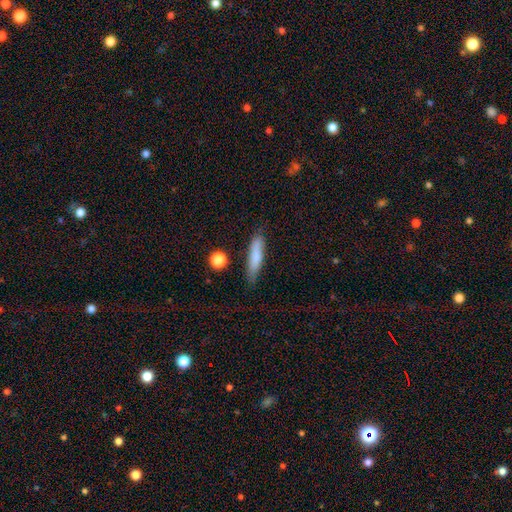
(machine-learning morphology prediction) A smooth galaxy with no disk features (79%) that is cigar-shaped (82%). Merging: none (78%).